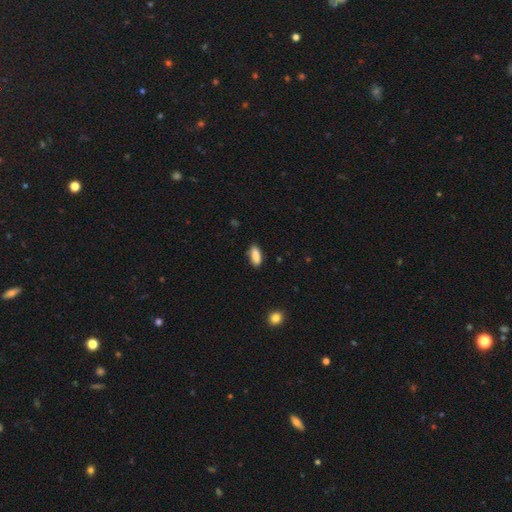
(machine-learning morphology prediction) Smooth or featured? smooth (87%)
How rounded? in between (80%)
Merging? none (84%)